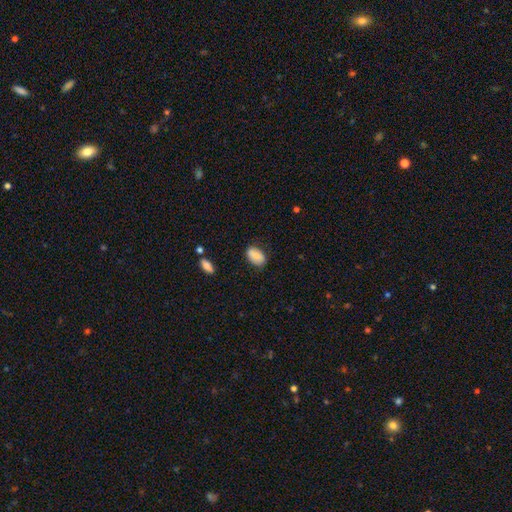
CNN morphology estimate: A smooth galaxy with no disk features (76%) that is in between round and cigar-shaped (90%).

Vote fractions:
- Smooth or featured? smooth: 76% / featured or disk: 17% / star or artifact: 7%
- How rounded? in between: 90% / round: 9% / cigar-shaped: 2%
- Merging? none: 76% / minor disturbance: 18% / major disturbance: 3% / merger: 3%